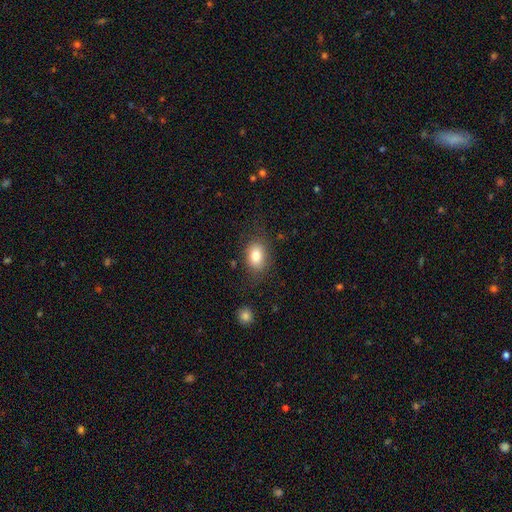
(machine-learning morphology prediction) This is clearly a smooth galaxy (82%). How rounded: likely in between (75%). Merging: likely none (77%).